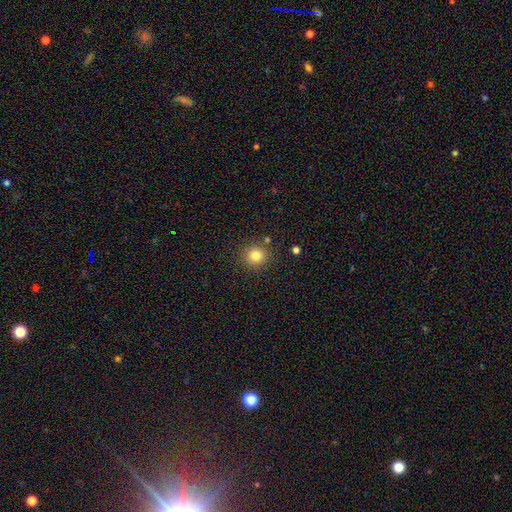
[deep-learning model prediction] Smooth or featured?
  - smooth: 81% *
  - star or artifact: 13%
  - featured or disk: 6%
How rounded?
  - round: 92% *
  - in between: 7%
  - cigar-shaped: 1%
Merging?
  - none: 87% *
  - minor disturbance: 7%
  - merger: 4%
  - major disturbance: 2%